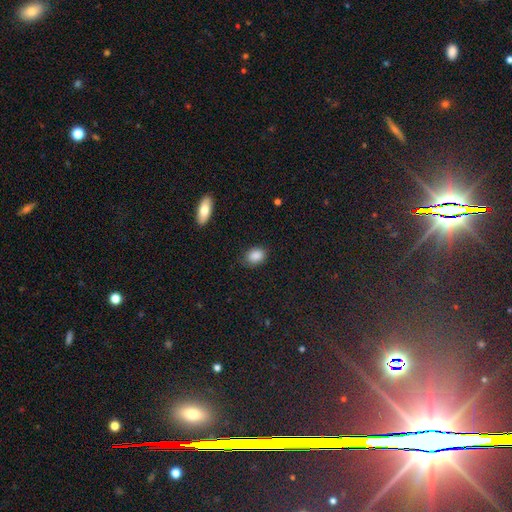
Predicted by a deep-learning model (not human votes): This appears to be a smooth galaxy with no disk features (87%) that is in between round and cigar-shaped (72%). Merging: none (78%).